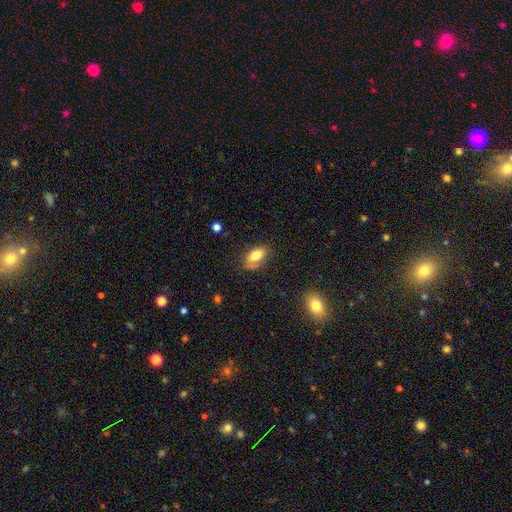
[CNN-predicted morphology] Smooth or featured? Predicted: smooth (p=0.78). How rounded? Predicted: in between (p=0.91). Merging? Predicted: none (p=0.66).